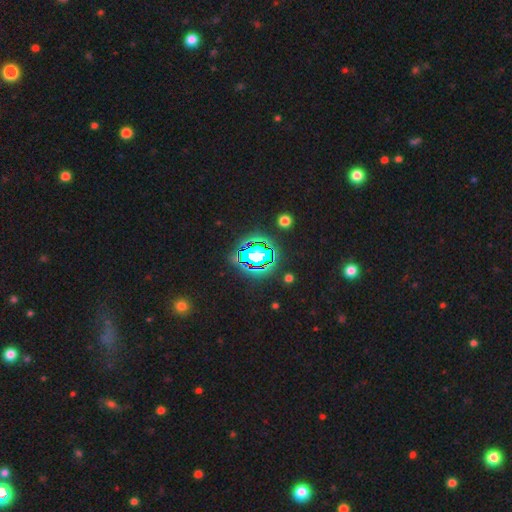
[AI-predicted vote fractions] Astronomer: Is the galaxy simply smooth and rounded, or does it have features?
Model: star or artifact — 70%.